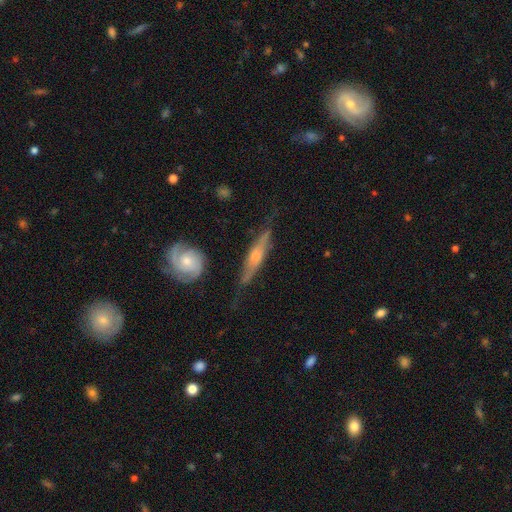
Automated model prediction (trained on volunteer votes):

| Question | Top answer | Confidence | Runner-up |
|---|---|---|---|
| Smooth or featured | featured or disk | 75% | smooth (19%) |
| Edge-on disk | yes | 85% | no (15%) |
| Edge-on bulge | rounded | 77% | none (12%) |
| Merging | none | 68% | minor disturbance (22%) |